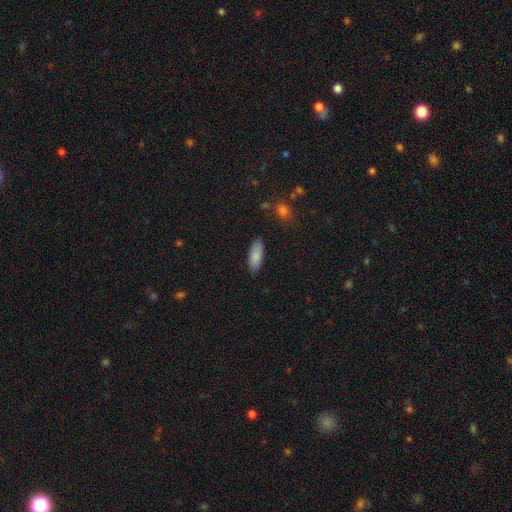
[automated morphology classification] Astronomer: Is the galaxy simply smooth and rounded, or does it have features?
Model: smooth — 86%.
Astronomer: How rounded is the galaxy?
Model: in between — 76%.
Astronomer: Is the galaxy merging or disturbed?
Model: none — 86%.